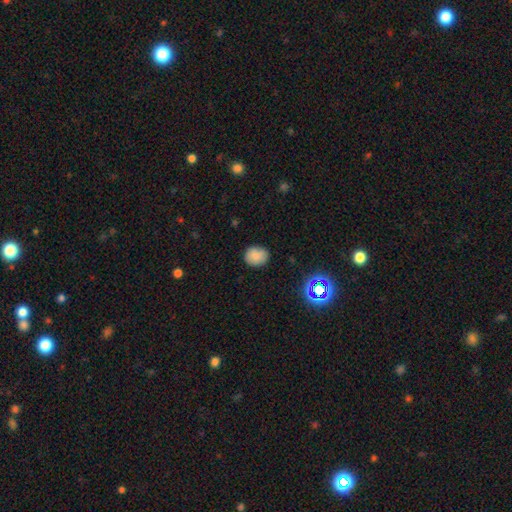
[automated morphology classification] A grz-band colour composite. It shows a smooth galaxy with no disk features (83%) that is round (65%). Merging: none (83%).